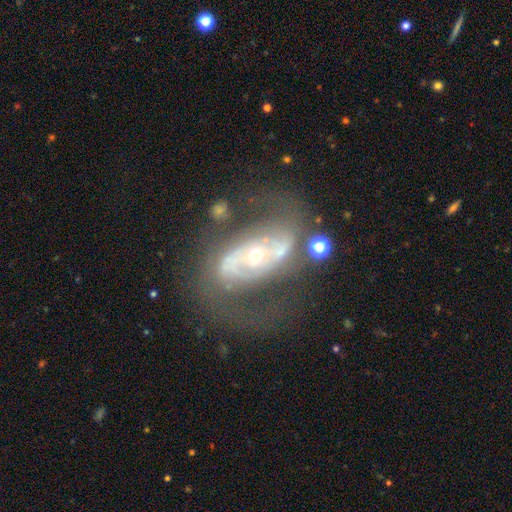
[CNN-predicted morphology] A featured or disk galaxy (83%) with no bar (51%), 2 (81%) medium (46%) spiral arms (84%) and a moderate central bulge (52%). Merging: none (54%).